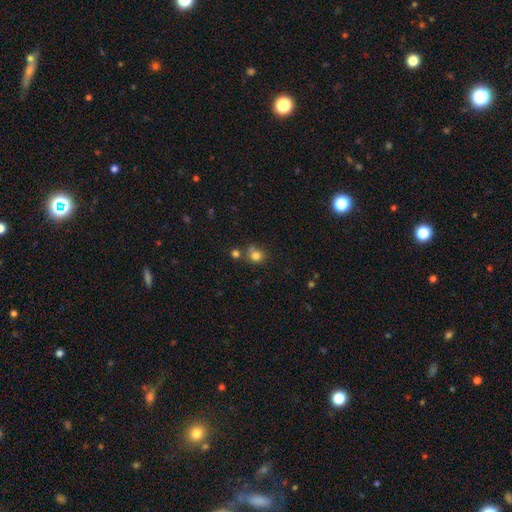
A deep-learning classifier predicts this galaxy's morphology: A smooth galaxy with no disk features (79%) that is round (80%). Merging: none (57%).